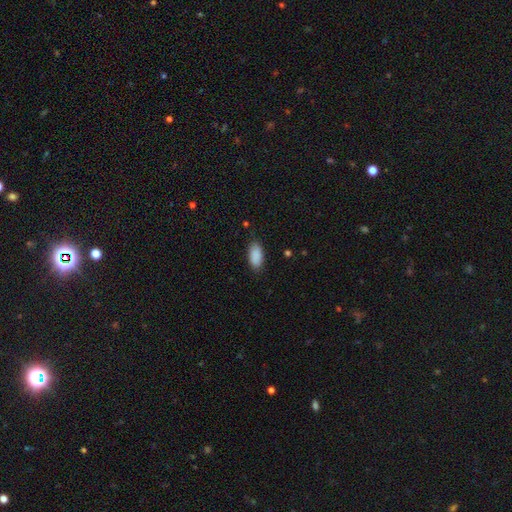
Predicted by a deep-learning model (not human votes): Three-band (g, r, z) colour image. It shows a smooth galaxy with no disk features (90%) that is in between round and cigar-shaped (92%). Merging: none (83%).